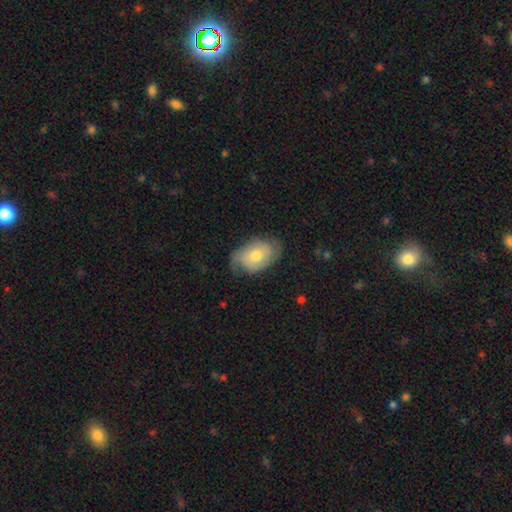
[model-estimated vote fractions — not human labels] Smooth or featured: featured or disk — 50% (smooth — 43%)
Merging: none — 64% (minor disturbance — 27%)